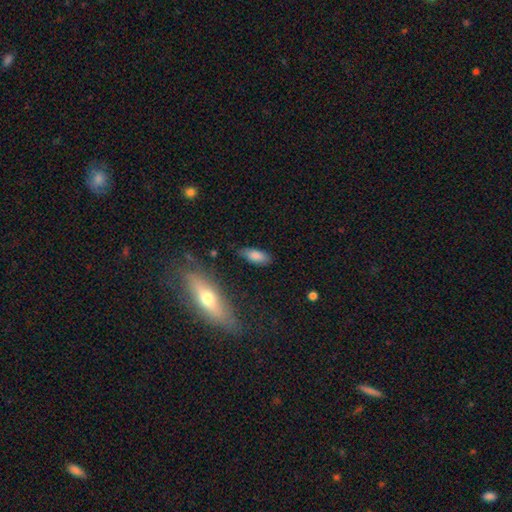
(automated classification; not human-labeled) smooth_or_featured: smooth (p=0.81) [alt: featured or disk p=0.11]
how_rounded: in between (p=0.80) [alt: cigar-shaped p=0.17]
merging: none (p=0.76) [alt: minor disturbance p=0.18]